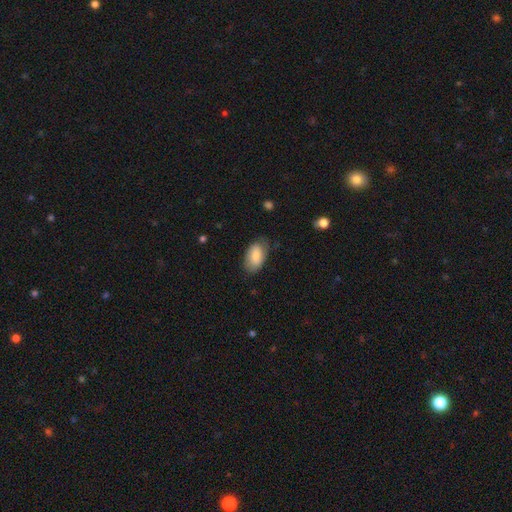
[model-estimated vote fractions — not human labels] A smooth galaxy with no disk features (82%) that is in between round and cigar-shaped (94%).

Vote fractions:
- Smooth or featured? smooth: 82% / featured or disk: 12% / star or artifact: 6%
- How rounded? in between: 94% / round: 5% / cigar-shaped: 2%
- Merging? none: 67% / minor disturbance: 25% / major disturbance: 7% / merger: 1%